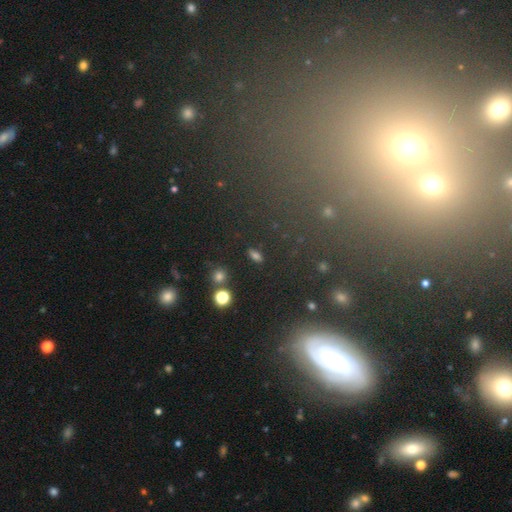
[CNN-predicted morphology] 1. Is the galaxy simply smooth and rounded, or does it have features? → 64% smooth, 25% star or artifact, 11% featured or disk.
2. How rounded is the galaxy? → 68% in between, 25% round, 8% cigar-shaped.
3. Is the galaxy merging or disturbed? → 82% none, 9% minor disturbance, 5% merger, 4% major disturbance.